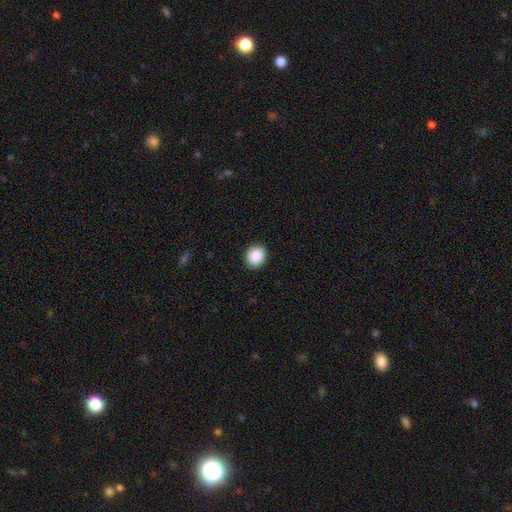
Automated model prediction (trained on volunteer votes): A smooth galaxy with no disk features (88%) that is round (74%). Merging: none (91%).